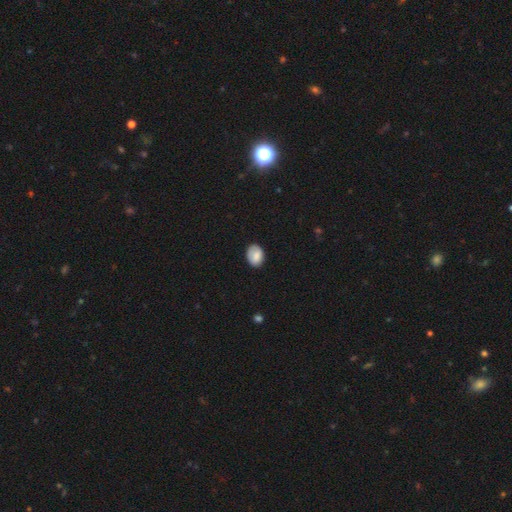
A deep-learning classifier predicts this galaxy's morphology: A smooth galaxy with no disk features (83%) that is in between round and cigar-shaped (71%). Merging: none (77%).